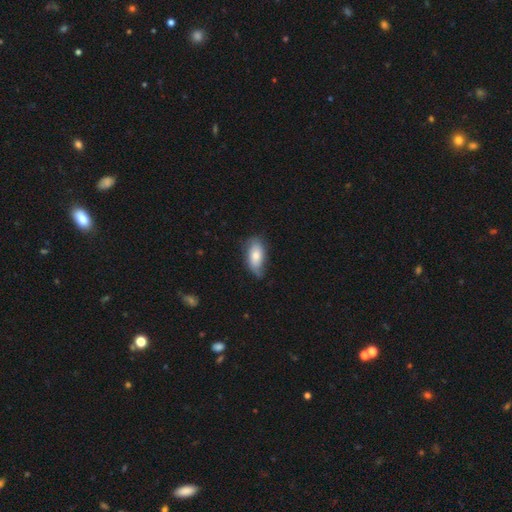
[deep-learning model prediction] A smooth galaxy with no disk features (71%) that is in between round and cigar-shaped (89%).

Vote fractions:
- Smooth or featured? smooth: 71% / featured or disk: 22% / star or artifact: 6%
- How rounded? in between: 89% / cigar-shaped: 7% / round: 3%
- Merging? none: 60% / minor disturbance: 32% / major disturbance: 7% / merger: 2%